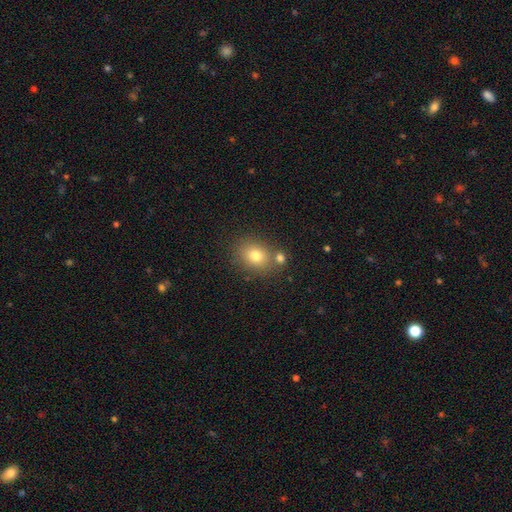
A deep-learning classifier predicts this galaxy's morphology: This is likely a smooth galaxy (78%). How rounded: possibly round (50%). Merging: likely none (70%).